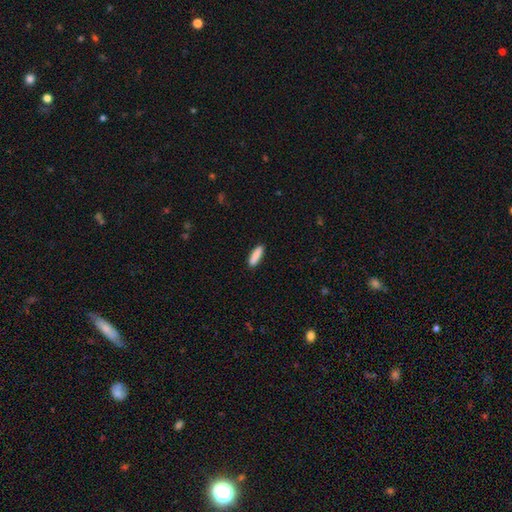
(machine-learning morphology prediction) smooth 88%, star or artifact 6%, featured or disk 6%. Down the decision tree: how rounded — cigar-shaped (66%); merging — none (88%).